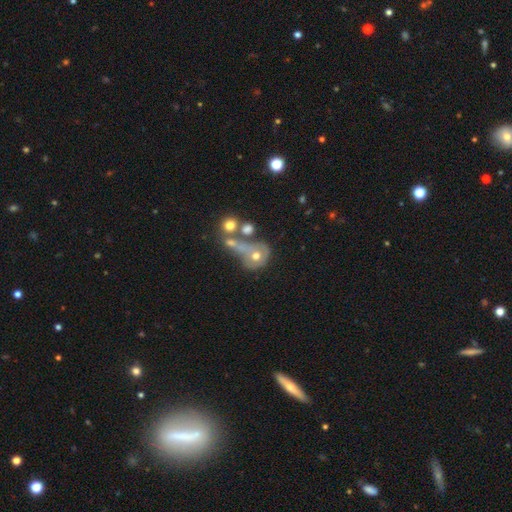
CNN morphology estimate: Smooth or featured: featured or disk — 41% (smooth — 33%)
Merging: merger — 44% (none — 30%)